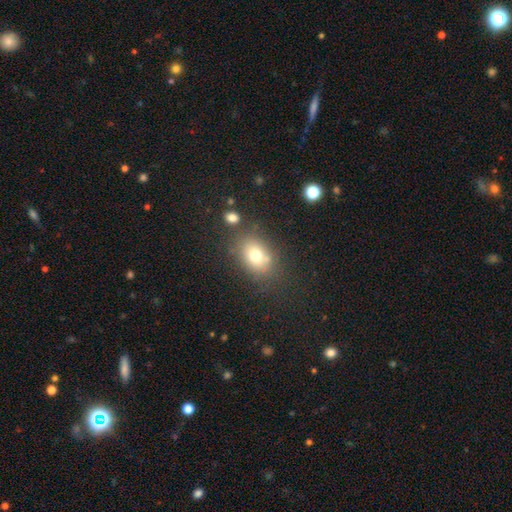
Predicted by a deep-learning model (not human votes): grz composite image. It shows a smooth galaxy with no disk features (75%) that is in between round and cigar-shaped (67%). Merging: none (72%).